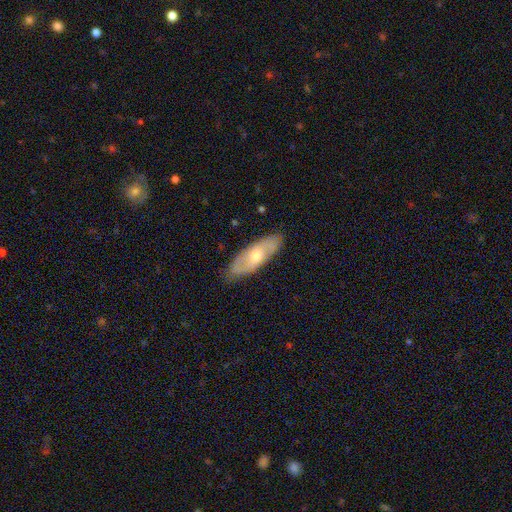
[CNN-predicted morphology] This is possibly a featured or disk galaxy (54%). It is likely not viewed edge-on (74%). Merging: clearly none (84%).